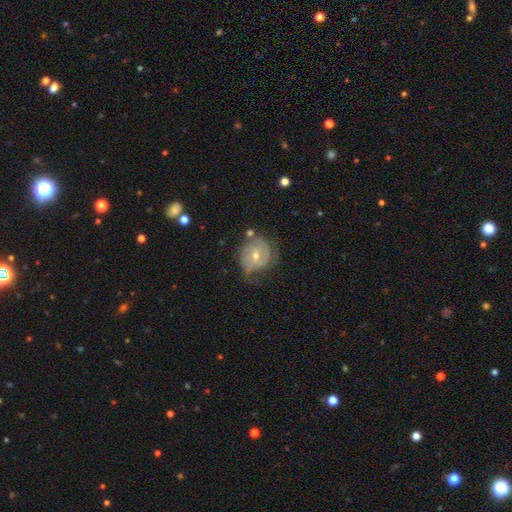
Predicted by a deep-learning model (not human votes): featured or disk 68%, smooth 23%, star or artifact 9%. Down the decision tree: edge-on disk — no (97%); bar — no (61%); spiral arms — yes (78%); spiral arm count — can't tell (38%, tied with 2); spiral winding — tight (64%); bulge size — moderate (58%); merging — none (61%).